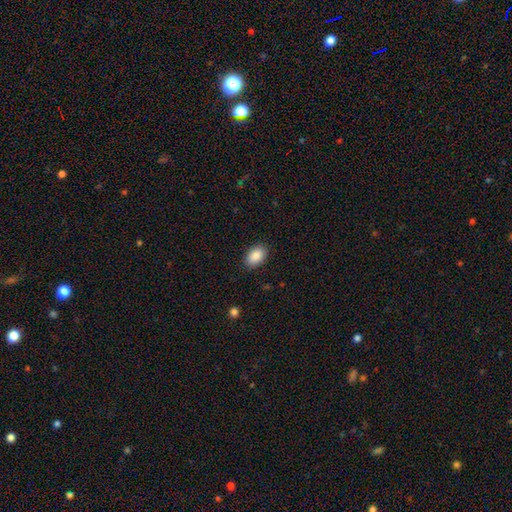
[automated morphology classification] Smooth or featured: smooth — 89% (star or artifact — 7%)
How rounded: in between — 90% (round — 9%)
Merging: none — 88% (minor disturbance — 9%)